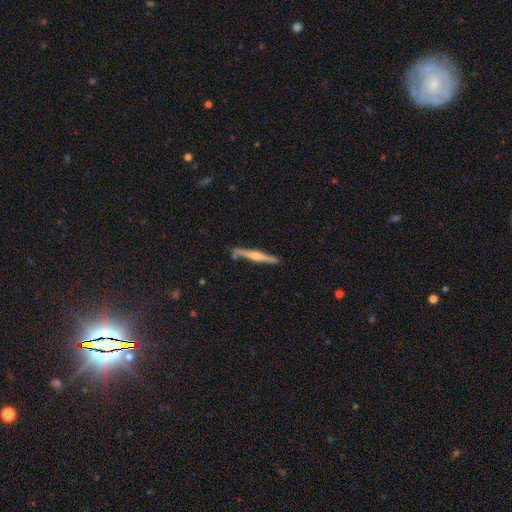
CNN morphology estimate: Smooth or featured: featured or disk — 75% (smooth — 19%)
Edge-on disk: yes — 97% (no — 3%)
Edge-on bulge: rounded — 78% (boxy — 11%)
Merging: none — 85% (minor disturbance — 11%)